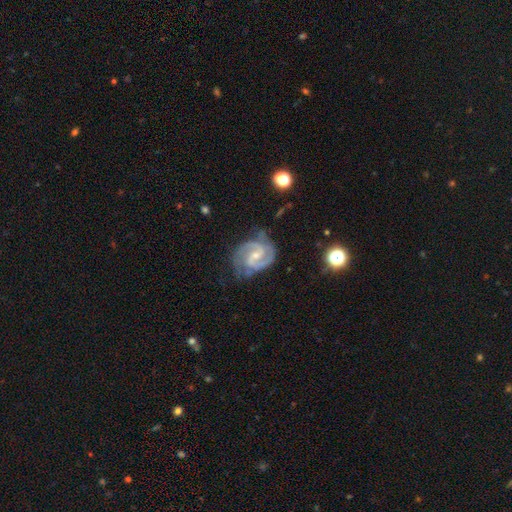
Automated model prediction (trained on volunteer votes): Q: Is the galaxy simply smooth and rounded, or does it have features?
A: featured or disk — 92%.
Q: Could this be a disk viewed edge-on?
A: no — 98%.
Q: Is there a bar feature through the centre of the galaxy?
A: weak — 56%.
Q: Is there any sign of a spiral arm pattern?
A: yes — 98%.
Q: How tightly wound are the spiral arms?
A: medium — 58%.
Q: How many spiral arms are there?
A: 2 — 88%.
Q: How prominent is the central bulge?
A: small — 61%.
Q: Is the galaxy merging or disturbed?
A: none — 67%.